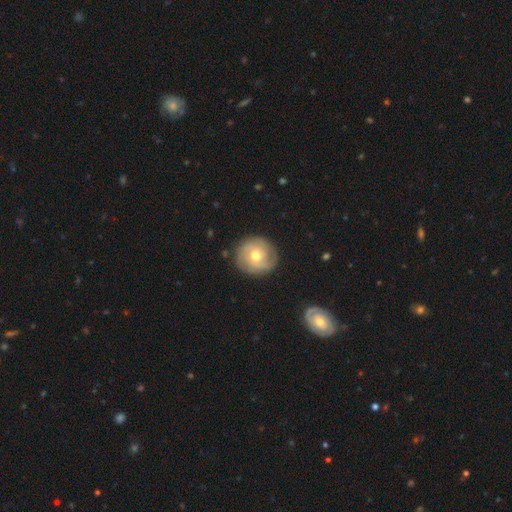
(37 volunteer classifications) Overall: smooth (49%; featured or disk 46%). How rounded: round (94%). Merging: none (86%).